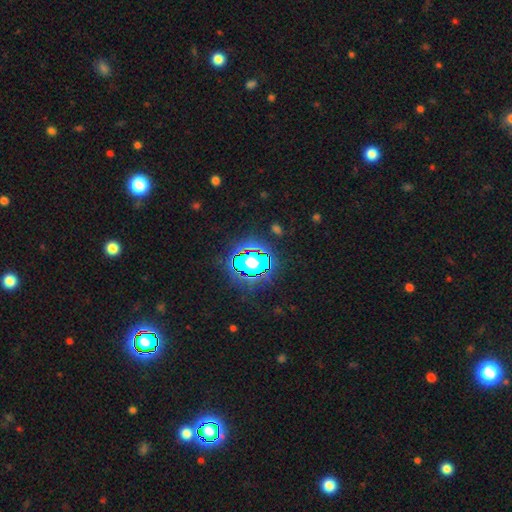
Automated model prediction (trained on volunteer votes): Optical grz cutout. It shows a star or artifact, not a galaxy (80%).